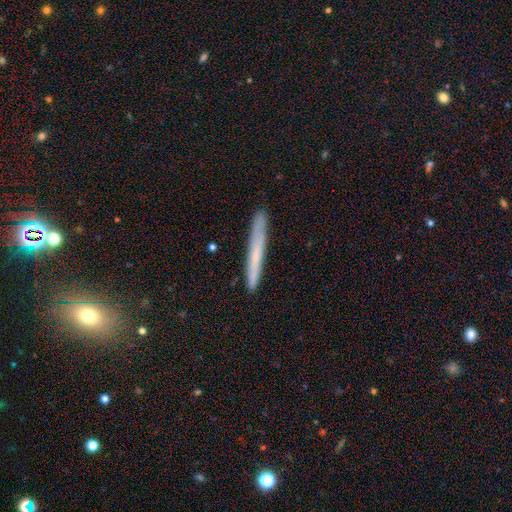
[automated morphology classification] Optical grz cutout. It shows a smooth galaxy with no disk features (59%) that is cigar-shaped (97%). Merging: none (89%).